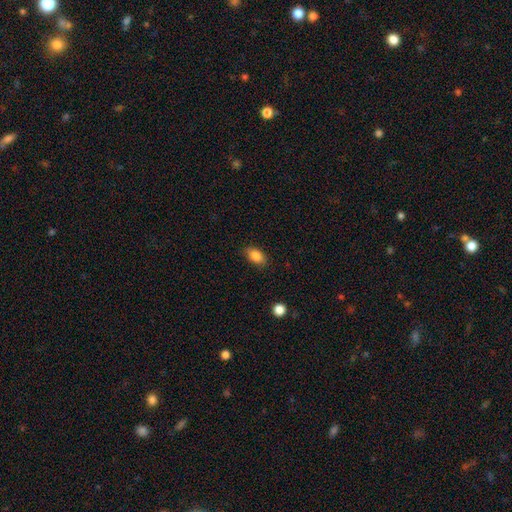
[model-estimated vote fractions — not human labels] smooth_or_featured: smooth (p=0.86) [alt: star or artifact p=0.08]
how_rounded: in between (p=0.87) [alt: round p=0.11]
merging: none (p=0.84) [alt: minor disturbance p=0.12]